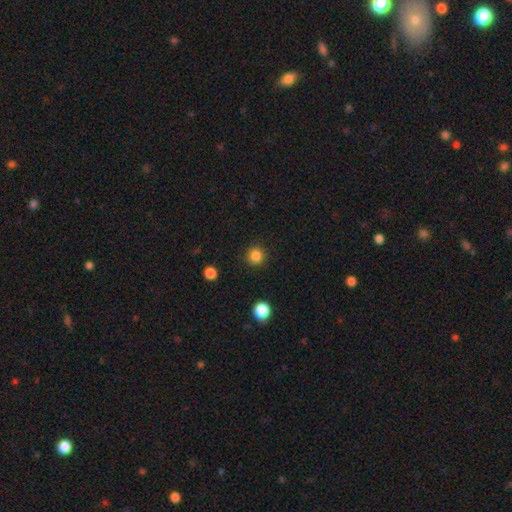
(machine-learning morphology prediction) type=smooth (84%); roundness=round (95%); merging=none (92%).